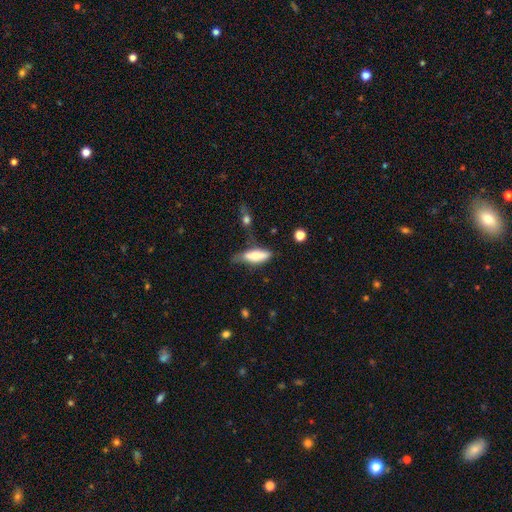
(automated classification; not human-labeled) smooth_or_featured: smooth (p=0.66) [alt: featured or disk p=0.27]
how_rounded: in between (p=0.56) [alt: cigar-shaped p=0.42]
merging: none (p=0.43) [alt: minor disturbance p=0.34]